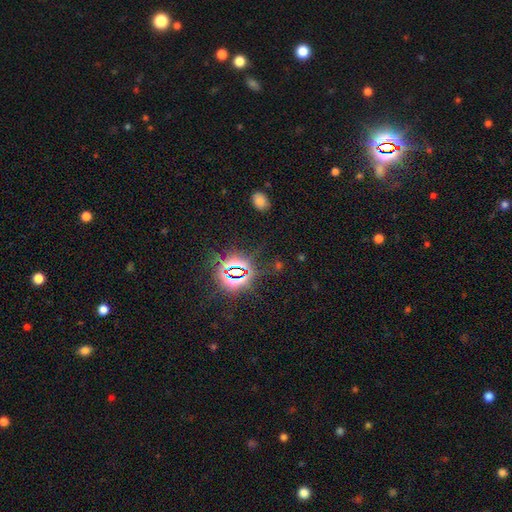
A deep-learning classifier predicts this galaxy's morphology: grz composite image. It shows a star or artifact, not a galaxy (83%).